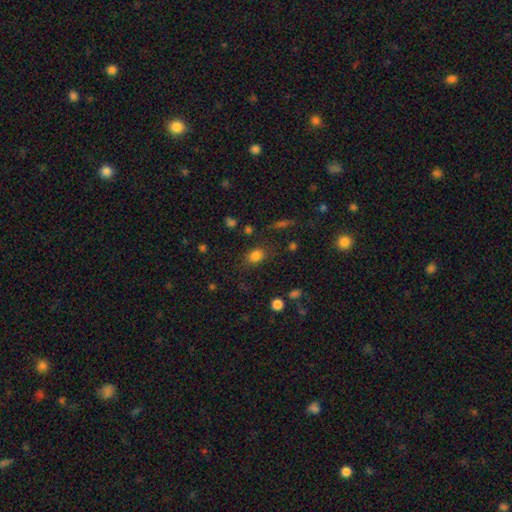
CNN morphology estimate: Smooth or featured: smooth — 80% (star or artifact — 14%)
How rounded: in between — 59% (round — 39%)
Merging: none — 77% (minor disturbance — 15%)